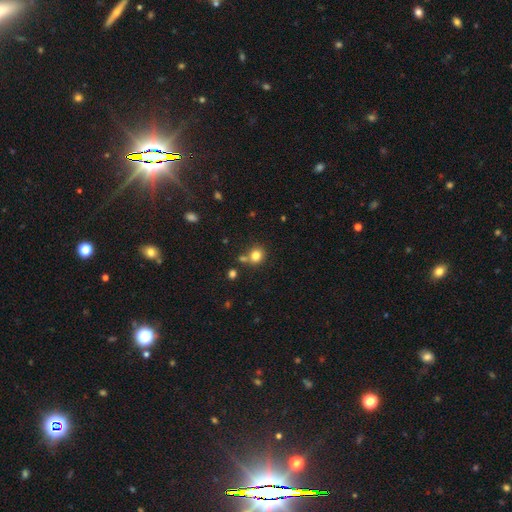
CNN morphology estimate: This is clearly a smooth galaxy (80%). How rounded: clearly round (81%). Merging: likely none (66%).